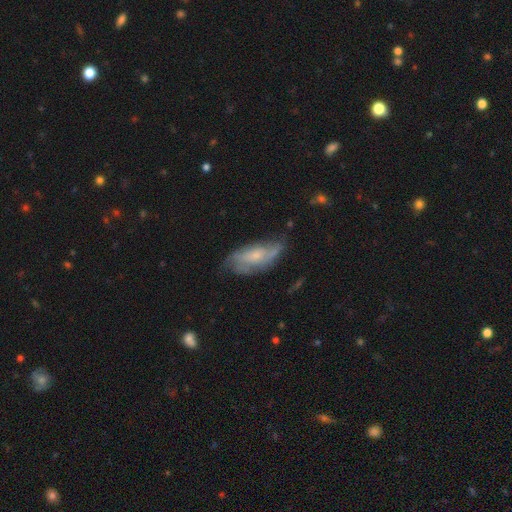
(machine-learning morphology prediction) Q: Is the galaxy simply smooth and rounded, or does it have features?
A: featured or disk — 56%.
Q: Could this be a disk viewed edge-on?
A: no — 88%.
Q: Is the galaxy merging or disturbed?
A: none — 51%.